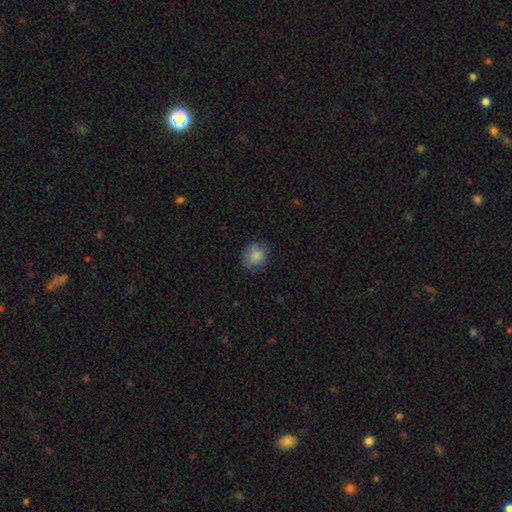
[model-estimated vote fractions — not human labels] smooth-or-featured: smooth: 82% | featured or disk: 9% | star or artifact: 8%
  how-rounded: round: 77% | in between: 22% | cigar-shaped: 1%
  merging: none: 75% | minor disturbance: 19% | major disturbance: 5% | merger: 1%